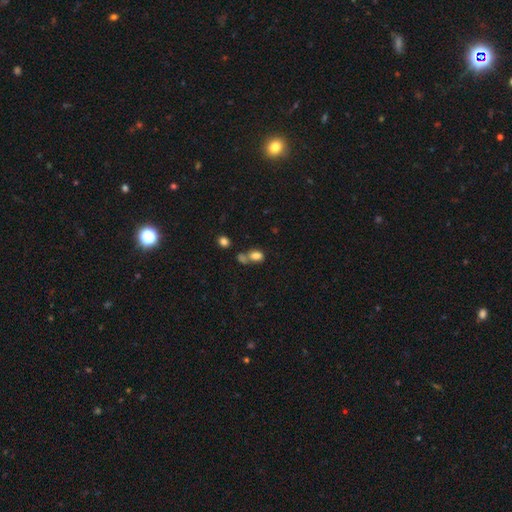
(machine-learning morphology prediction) The model was most divided on "merging": merger: 43%, none: 36%, minor disturbance: 13%, major disturbance: 8%. More confident: smooth or featured — smooth (79%); how rounded — in between (78%).